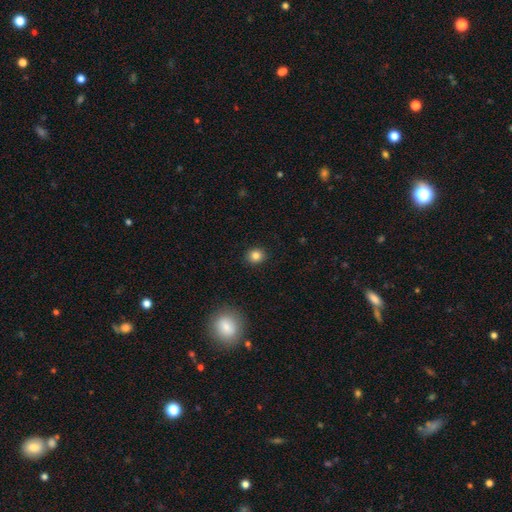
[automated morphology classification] The model was most divided on "how rounded": round: 78%, in between: 21%, cigar-shaped: 1%. More confident: merging — none (91%); smooth or featured — smooth (84%).